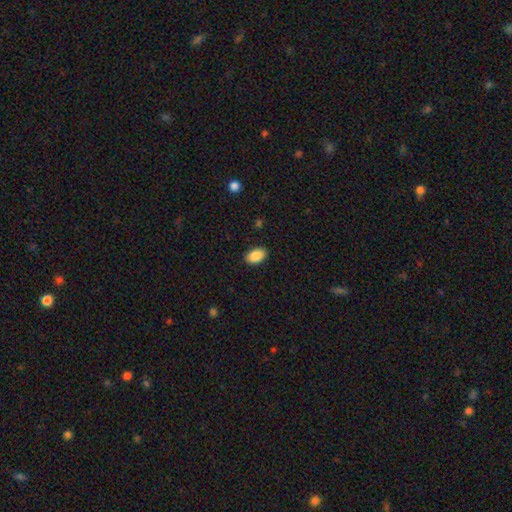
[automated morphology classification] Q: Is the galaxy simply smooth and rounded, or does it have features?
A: smooth — 89%.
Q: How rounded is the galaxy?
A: in between — 91%.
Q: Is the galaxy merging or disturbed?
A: none — 89%.